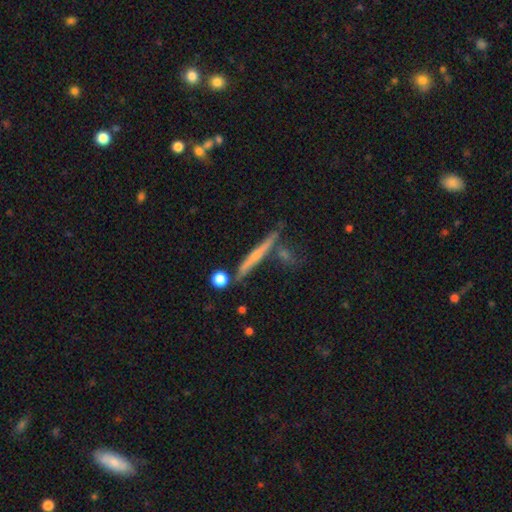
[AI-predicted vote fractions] Smooth or featured? featured or disk (62%)
Edge-on disk? yes (95%)
Edge-on bulge? rounded (56%)
Merging? none (74%)